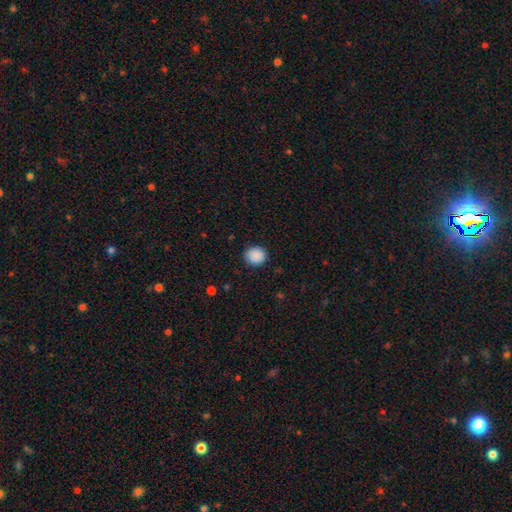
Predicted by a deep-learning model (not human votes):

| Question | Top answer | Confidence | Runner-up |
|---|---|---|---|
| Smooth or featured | smooth | 89% | star or artifact (8%) |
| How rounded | round | 84% | in between (15%) |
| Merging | none | 89% | minor disturbance (8%) |